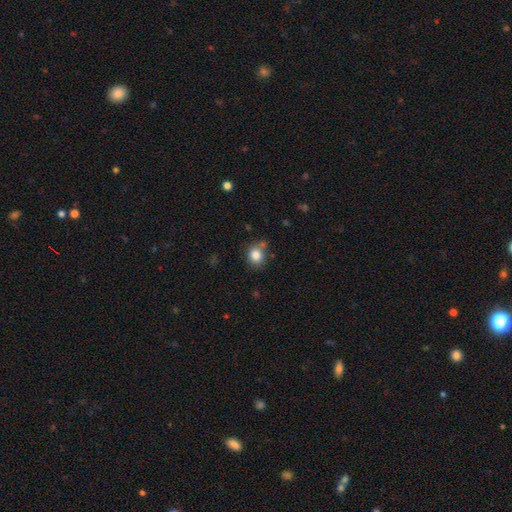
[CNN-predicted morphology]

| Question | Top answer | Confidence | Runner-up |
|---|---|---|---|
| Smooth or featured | smooth | 84% | star or artifact (11%) |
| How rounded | round | 73% | in between (26%) |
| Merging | none | 70% | minor disturbance (16%) |